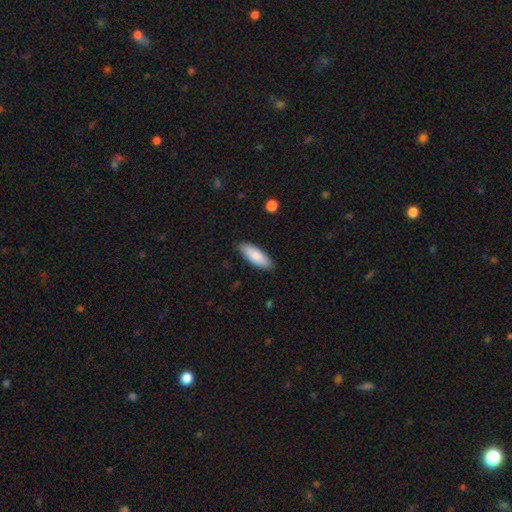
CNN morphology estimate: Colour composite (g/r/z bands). It shows a smooth galaxy with no disk features (86%) that is in between round and cigar-shaped (69%). Merging: none (86%).